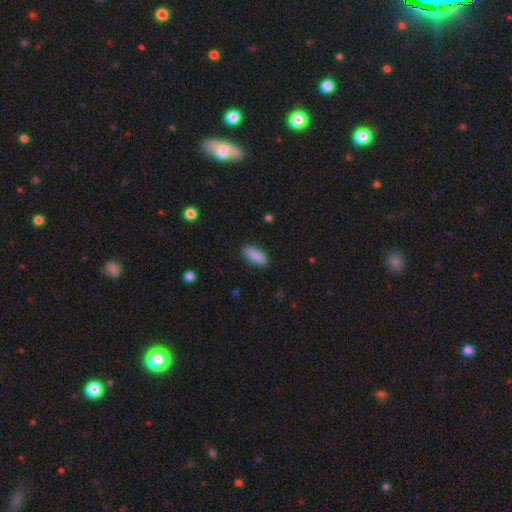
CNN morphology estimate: Smooth or featured? Predicted: smooth (p=0.89). How rounded? Predicted: in between (p=0.68). Merging? Predicted: none (p=0.86).